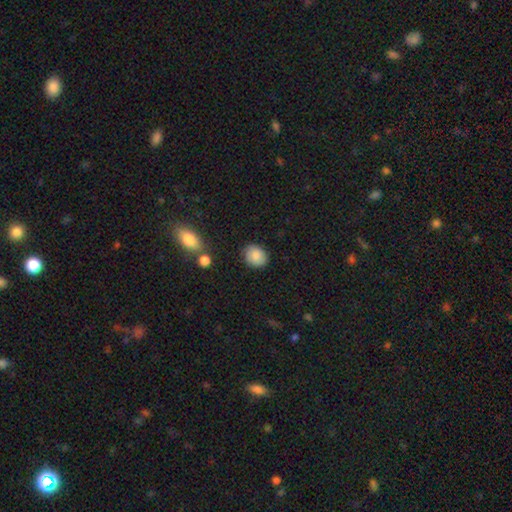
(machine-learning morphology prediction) A smooth galaxy with no disk features (86%) that is round (61%). Merging: none (83%).